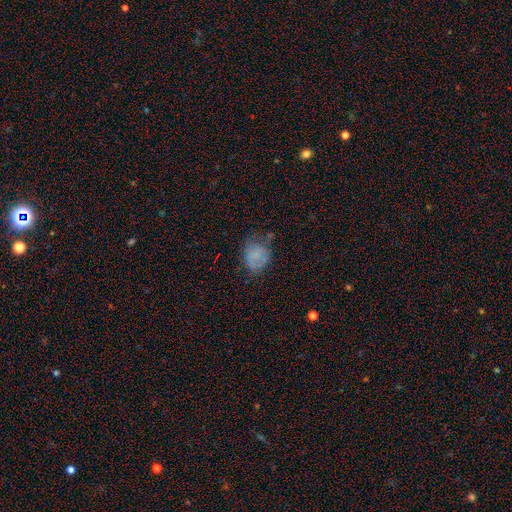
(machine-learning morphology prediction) smooth-or-featured: smooth: 64% | featured or disk: 23% | star or artifact: 13%
  how-rounded: round: 54% | in between: 45% | cigar-shaped: 1%
  merging: none: 47% | minor disturbance: 31% | major disturbance: 18% | merger: 4%